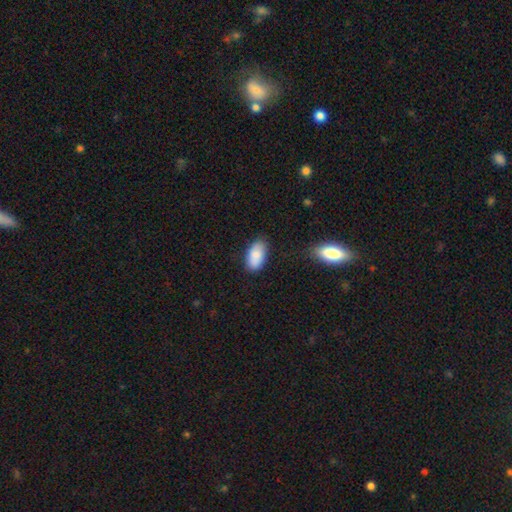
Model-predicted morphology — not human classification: smooth 85%, featured or disk 9%, star or artifact 7%. Down the decision tree: how rounded — in between (94%); merging — none (78%).